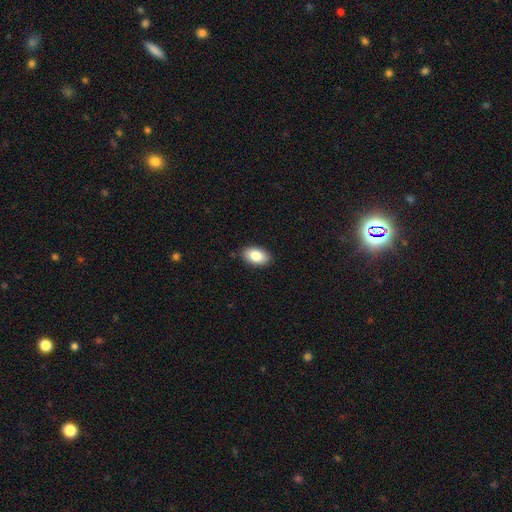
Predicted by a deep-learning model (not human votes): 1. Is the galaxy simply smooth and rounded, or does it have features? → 84% smooth, 9% featured or disk, 7% star or artifact.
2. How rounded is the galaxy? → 92% in between, 6% round, 1% cigar-shaped.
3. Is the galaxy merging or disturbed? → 88% none, 9% minor disturbance, 2% major disturbance, 1% merger.